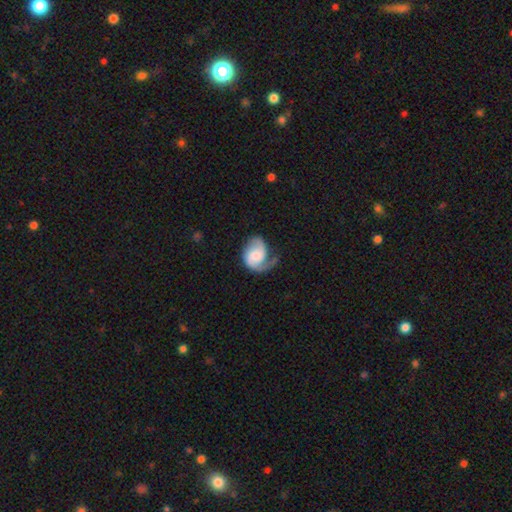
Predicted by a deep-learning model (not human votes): The model was most divided on "bulge size": moderate: 35%, small: 31%, none: 16%, large: 15%, dominant: 3%. Remaining: edge-on disk — no (98%); spiral arms — yes (95%); smooth or featured — featured or disk (75%); bar — no (61%); spiral arm count — 2 (58%); merging — none (45%); spiral winding — medium (43%).